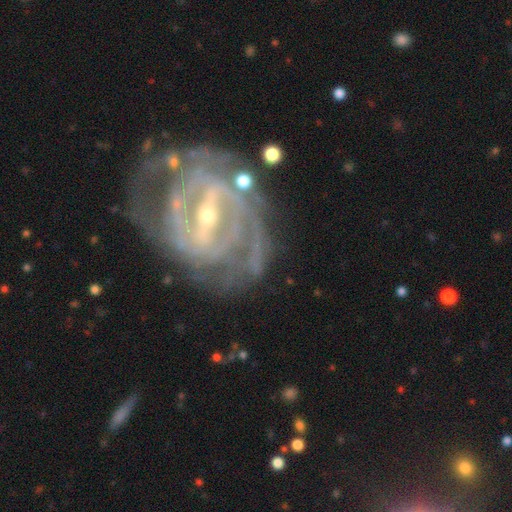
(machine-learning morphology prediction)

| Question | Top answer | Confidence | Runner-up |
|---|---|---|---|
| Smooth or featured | featured or disk | 91% | star or artifact (5%) |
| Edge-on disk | no | 96% | yes (4%) |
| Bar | strong | 72% | weak (21%) |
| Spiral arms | yes | 94% | no (6%) |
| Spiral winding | tight | 66% | medium (27%) |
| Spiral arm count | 2 | 32% | can't tell (26%) |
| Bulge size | small | 66% | moderate (30%) |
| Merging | none | 66% | minor disturbance (18%) |